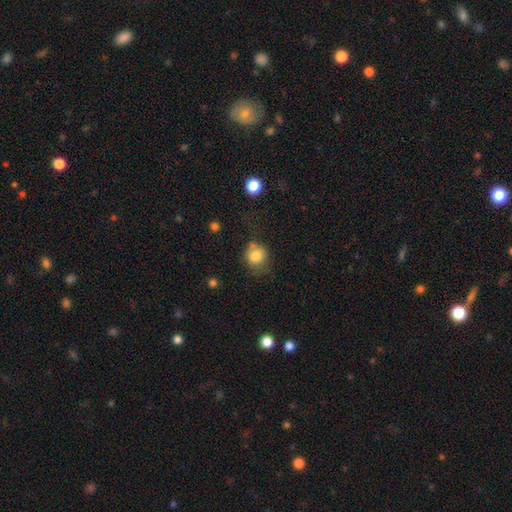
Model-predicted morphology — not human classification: Q: Smooth or featured?
A: smooth (80%); runner-up: star or artifact (10%)
Q: How rounded?
A: round (73%); runner-up: in between (26%)
Q: Merging?
A: none (56%); runner-up: minor disturbance (23%)